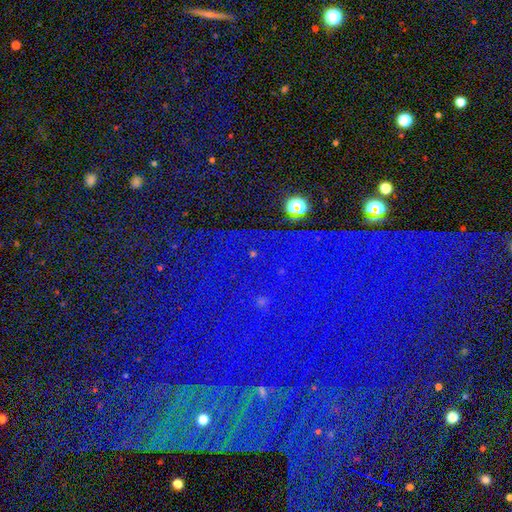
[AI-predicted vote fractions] smooth_or_featured: star or artifact (p=0.82) [alt: featured or disk p=0.09]